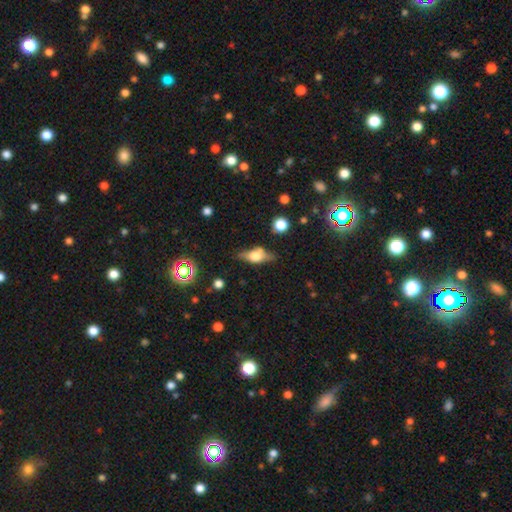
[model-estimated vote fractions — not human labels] Q: Smooth or featured?
A: featured or disk (49%); runner-up: smooth (41%)
Q: Merging?
A: none (70%); runner-up: minor disturbance (20%)